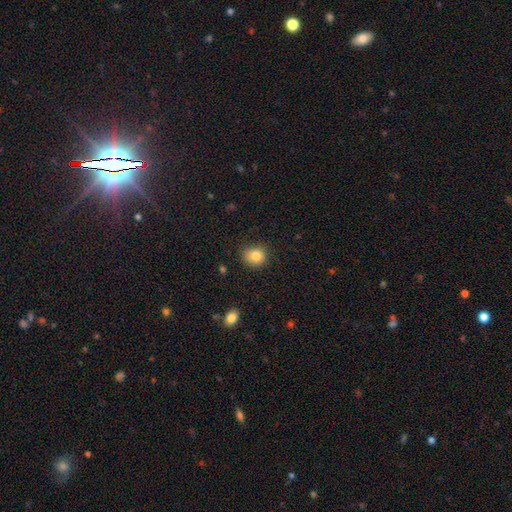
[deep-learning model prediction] Smooth or featured: smooth — 83% (star or artifact — 11%)
How rounded: round — 78% (in between — 21%)
Merging: none — 78% (minor disturbance — 17%)